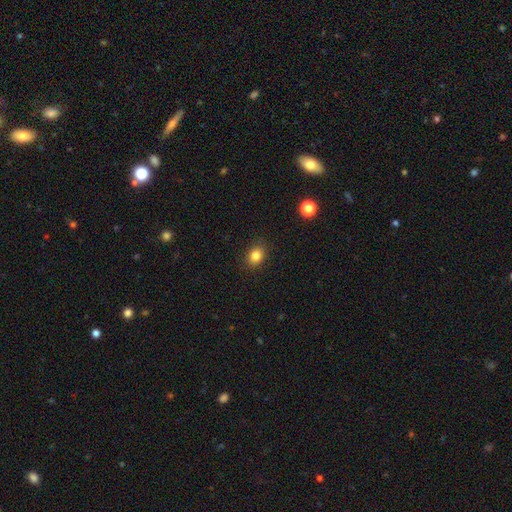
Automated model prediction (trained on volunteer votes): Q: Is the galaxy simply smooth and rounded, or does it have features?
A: smooth — 83%.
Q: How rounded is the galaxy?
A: in between — 55%.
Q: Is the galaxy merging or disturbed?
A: none — 88%.